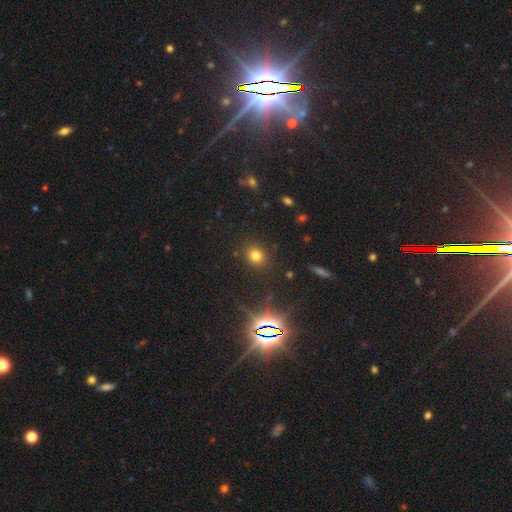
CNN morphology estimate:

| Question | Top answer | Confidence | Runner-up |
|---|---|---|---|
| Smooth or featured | smooth | 73% | star or artifact (20%) |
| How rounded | round | 76% | in between (23%) |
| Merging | none | 87% | minor disturbance (8%) |